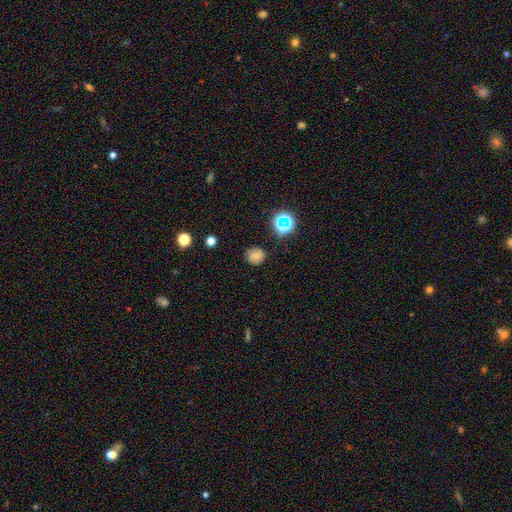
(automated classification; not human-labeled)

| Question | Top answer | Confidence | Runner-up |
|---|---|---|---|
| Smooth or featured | smooth | 65% | star or artifact (18%) |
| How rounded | round | 87% | in between (12%) |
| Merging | none | 81% | minor disturbance (14%) |